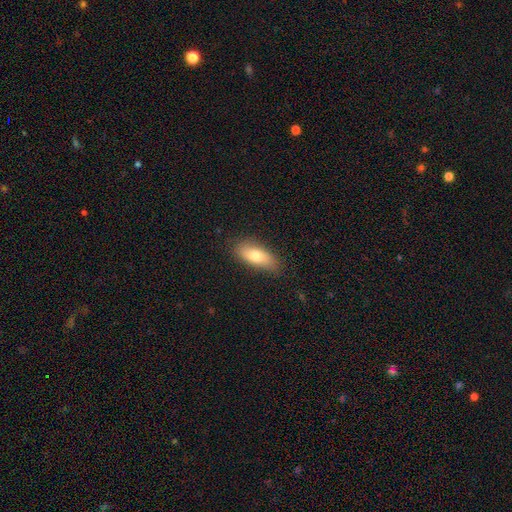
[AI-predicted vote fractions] This is likely a smooth galaxy (74%). How rounded: likely in between (78%). Merging: clearly none (82%).